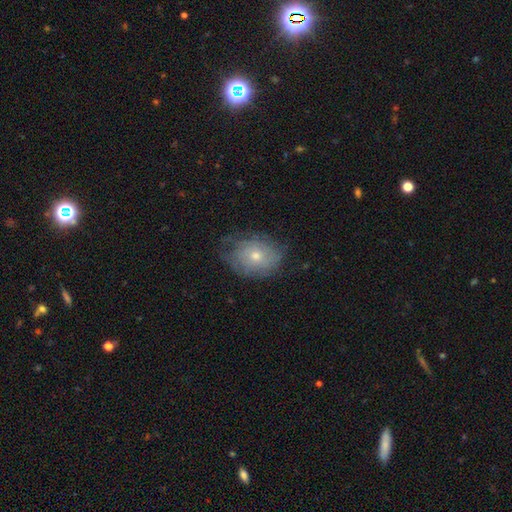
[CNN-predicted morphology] A featured or disk galaxy (48%). Merging: none (63%).